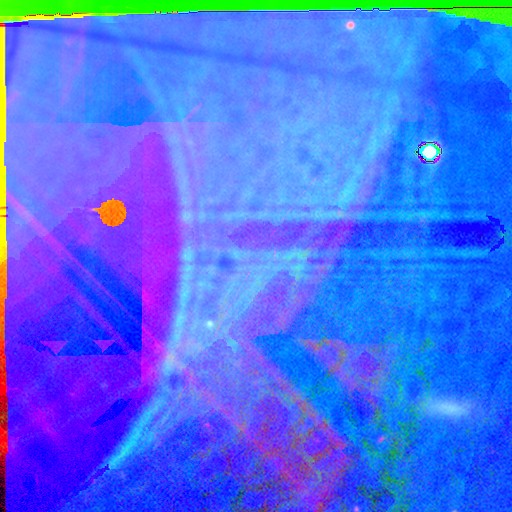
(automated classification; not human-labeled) A star or artifact, not a galaxy (89%).

Vote fractions:
- Smooth or featured? star or artifact: 89% / featured or disk: 6% / smooth: 5%